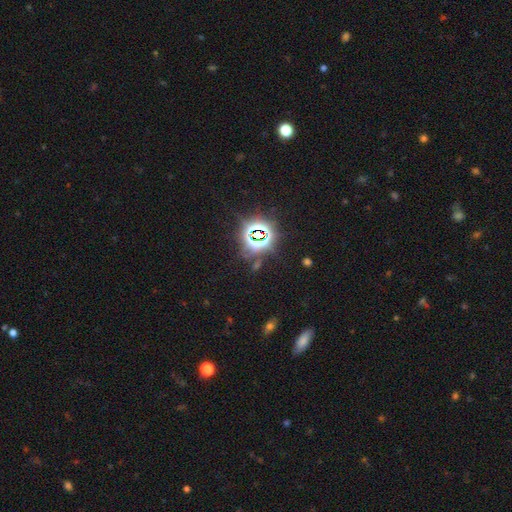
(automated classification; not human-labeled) smooth-or-featured: star or artifact: 79% | smooth: 12% | featured or disk: 8%